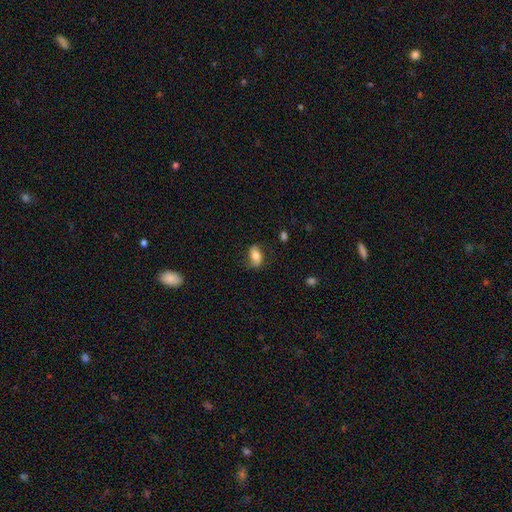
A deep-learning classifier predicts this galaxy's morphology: A smooth galaxy with no disk features (71%) that is in between round and cigar-shaped (87%).

Vote fractions:
- Smooth or featured? smooth: 71% / featured or disk: 21% / star or artifact: 7%
- How rounded? in between: 87% / round: 7% / cigar-shaped: 6%
- Merging? none: 74% / minor disturbance: 19% / major disturbance: 6% / merger: 1%